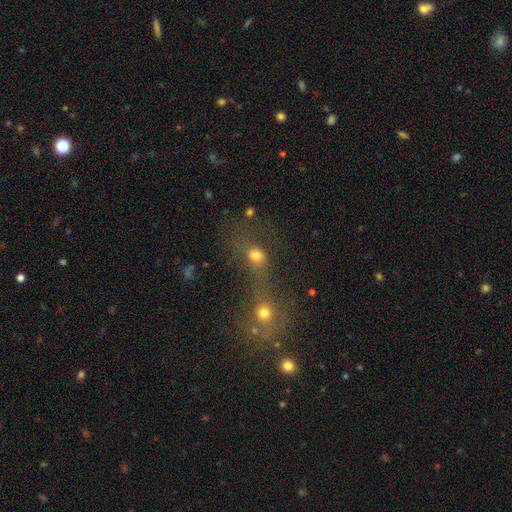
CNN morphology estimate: A smooth galaxy with no disk features (70%) that is round (64%).

Vote fractions:
- Smooth or featured? smooth: 70% / star or artifact: 18% / featured or disk: 12%
- How rounded? round: 64% / in between: 32% / cigar-shaped: 4%
- Merging? merger: 56% / none: 29% / major disturbance: 9% / minor disturbance: 7%